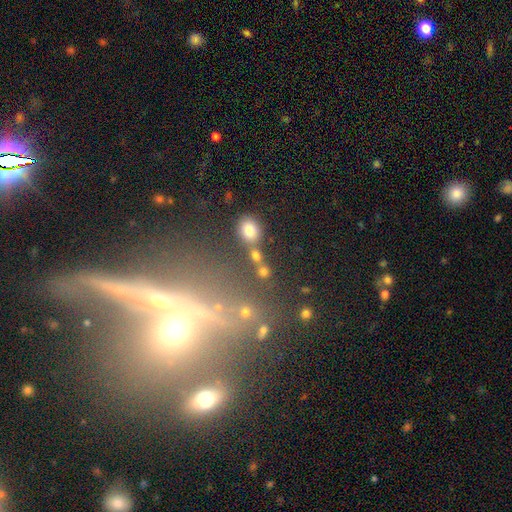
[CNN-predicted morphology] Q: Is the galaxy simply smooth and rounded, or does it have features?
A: smooth — 75%.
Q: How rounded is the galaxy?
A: round — 63%.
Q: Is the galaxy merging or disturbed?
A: none — 64%.